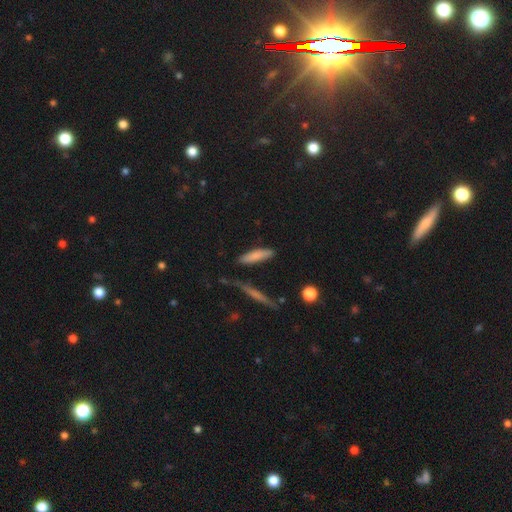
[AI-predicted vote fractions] A smooth galaxy with no disk features (80%) that is cigar-shaped (73%). Merging: none (80%).